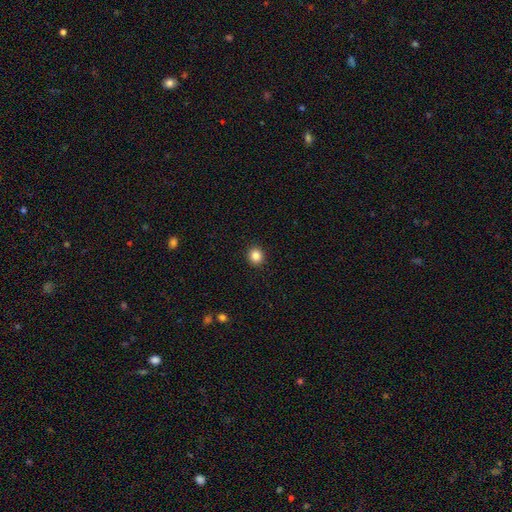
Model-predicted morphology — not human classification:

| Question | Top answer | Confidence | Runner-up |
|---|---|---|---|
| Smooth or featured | smooth | 85% | star or artifact (11%) |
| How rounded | round | 88% | in between (11%) |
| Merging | none | 93% | minor disturbance (4%) |